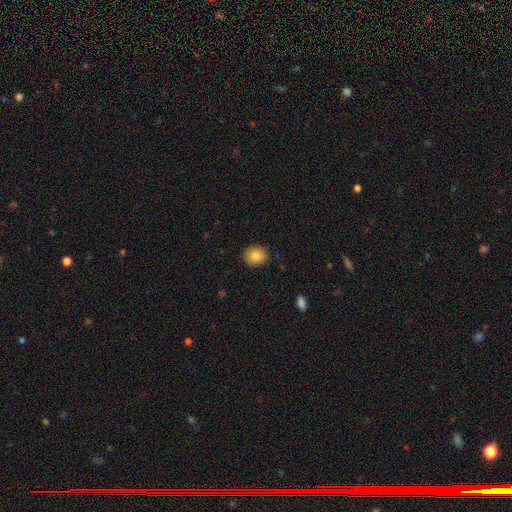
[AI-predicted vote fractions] Smooth or featured?
  - smooth: 86% *
  - star or artifact: 9%
  - featured or disk: 6%
How rounded?
  - round: 72% *
  - in between: 27%
  - cigar-shaped: 1%
Merging?
  - none: 89% *
  - minor disturbance: 8%
  - major disturbance: 2%
  - merger: 1%